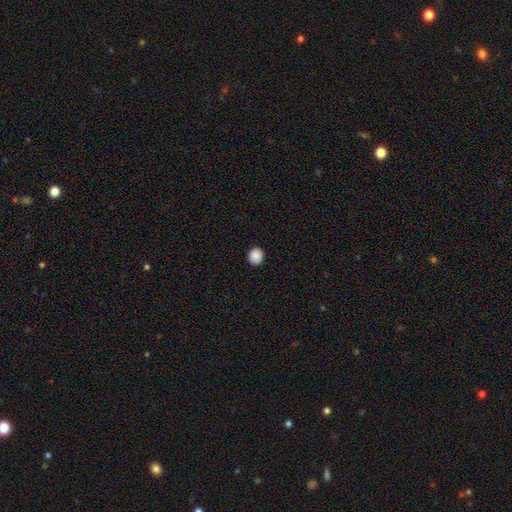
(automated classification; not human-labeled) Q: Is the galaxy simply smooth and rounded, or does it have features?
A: smooth — 89%.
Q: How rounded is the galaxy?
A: round — 81%.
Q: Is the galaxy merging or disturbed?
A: none — 91%.